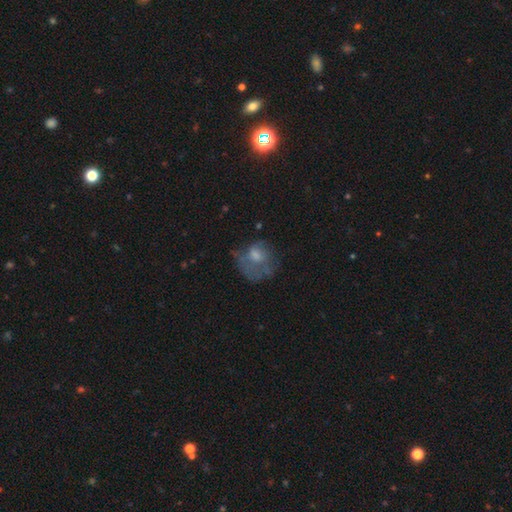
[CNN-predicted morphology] A smooth galaxy with no disk features (46%). Merging: none (40%).